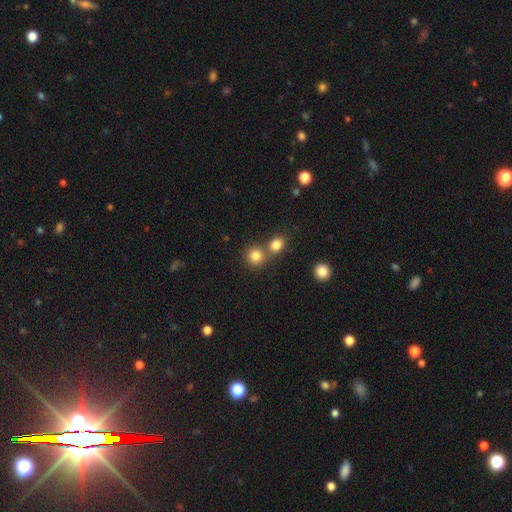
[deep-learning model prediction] Smooth or featured?
  - smooth: 82% *
  - star or artifact: 12%
  - featured or disk: 6%
How rounded?
  - round: 88% *
  - in between: 11%
  - cigar-shaped: 1%
Merging?
  - none: 60% *
  - merger: 31%
  - minor disturbance: 6%
  - major disturbance: 3%